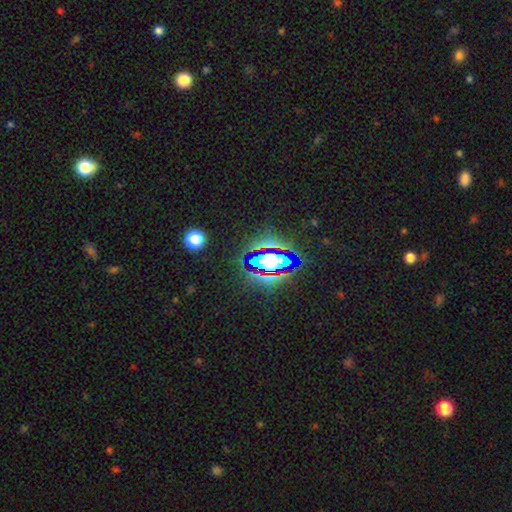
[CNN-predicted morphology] Smooth or featured?
  - star or artifact: 81% *
  - smooth: 11%
  - featured or disk: 8%